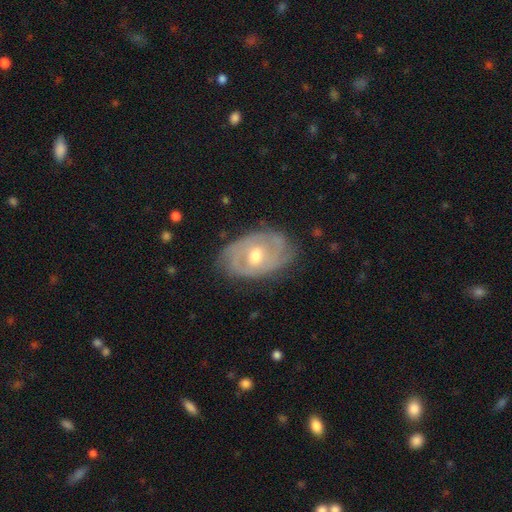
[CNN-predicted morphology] smooth_or_featured: featured or disk (p=0.80) [alt: smooth p=0.14]
disk_edge_on: no (p=0.94) [alt: yes p=0.06]
bar: no (p=0.57) [alt: weak p=0.33]
has_spiral_arms: yes (p=0.85) [alt: no p=0.15]
spiral_winding: tight (p=0.63) [alt: medium p=0.28]
spiral_arm_count: 2 (p=0.37) [alt: can't tell p=0.33]
bulge_size: moderate (p=0.76) [alt: small p=0.16]
merging: none (p=0.77) [alt: minor disturbance p=0.18]